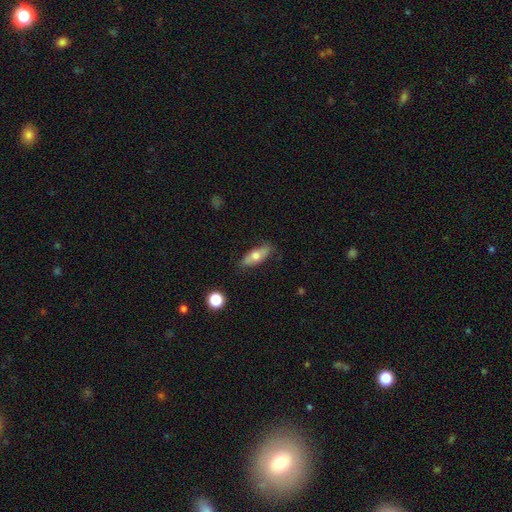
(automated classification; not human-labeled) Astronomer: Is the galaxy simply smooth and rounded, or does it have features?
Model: smooth — 61%.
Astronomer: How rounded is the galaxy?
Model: in between — 70%.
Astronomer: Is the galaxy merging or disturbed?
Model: none — 80%.